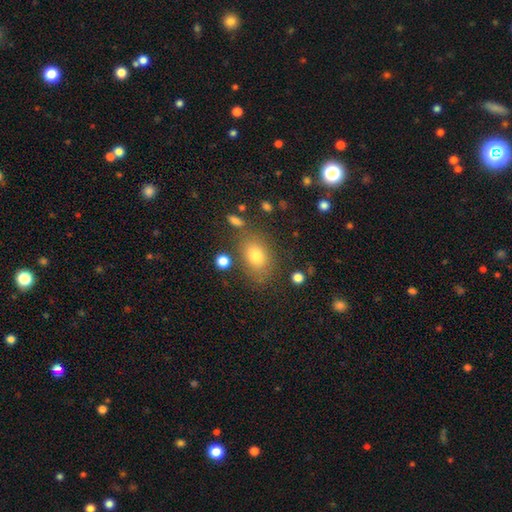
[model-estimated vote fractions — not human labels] Overall: smooth (77%). How rounded: in between (75%). Merging: none (75%).